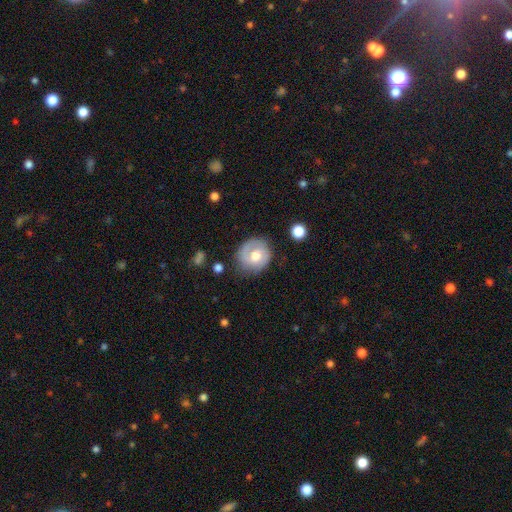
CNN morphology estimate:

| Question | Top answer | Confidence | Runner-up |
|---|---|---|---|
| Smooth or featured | featured or disk | 58% | smooth (36%) |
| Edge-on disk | no | 97% | yes (3%) |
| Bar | no | 64% | weak (30%) |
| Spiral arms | yes | 76% | no (24%) |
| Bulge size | moderate | 71% | large (16%) |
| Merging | none | 68% | minor disturbance (21%) |